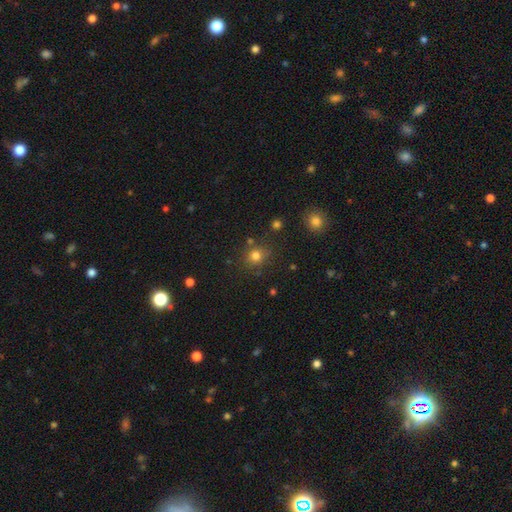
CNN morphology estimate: smooth_or_featured: smooth (p=0.78) [alt: star or artifact p=0.15]
how_rounded: round (p=0.83) [alt: in between p=0.16]
merging: none (p=0.77) [alt: minor disturbance p=0.12]